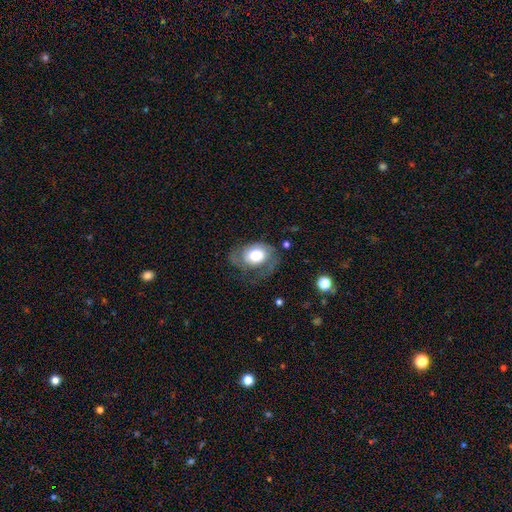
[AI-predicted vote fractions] Overall: smooth (49%; featured or disk 44%). Merging: none (42%; major disturbance 28%).